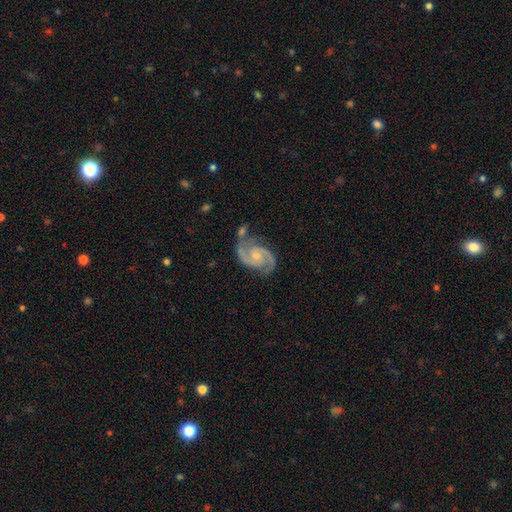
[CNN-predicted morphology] Q: Smooth or featured?
A: featured or disk (92%); runner-up: star or artifact (5%)
Q: Edge-on disk?
A: no (98%); runner-up: yes (2%)
Q: Bar?
A: no (63%); runner-up: weak (30%)
Q: Spiral arms?
A: yes (98%); runner-up: no (2%)
Q: Spiral winding?
A: medium (56%); runner-up: tight (33%)
Q: Spiral arm count?
A: 2 (93%); runner-up: 3 (3%)
Q: Bulge size?
A: small (59%); runner-up: moderate (35%)
Q: Merging?
A: none (66%); runner-up: minor disturbance (18%)